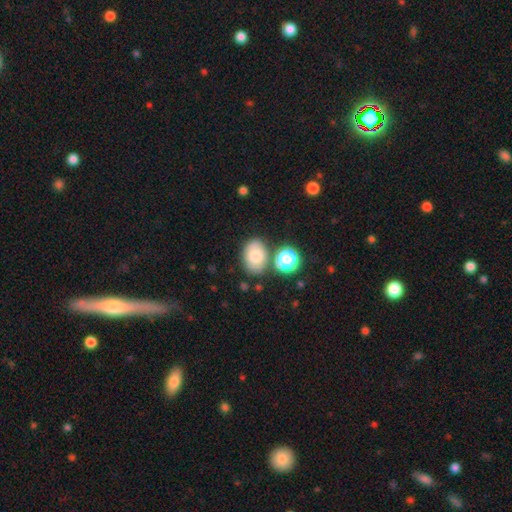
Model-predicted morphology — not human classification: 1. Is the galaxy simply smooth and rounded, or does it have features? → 74% smooth, 14% featured or disk, 12% star or artifact.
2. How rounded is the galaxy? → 74% in between, 25% round, 1% cigar-shaped.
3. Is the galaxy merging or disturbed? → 70% none, 16% minor disturbance, 10% merger, 4% major disturbance.